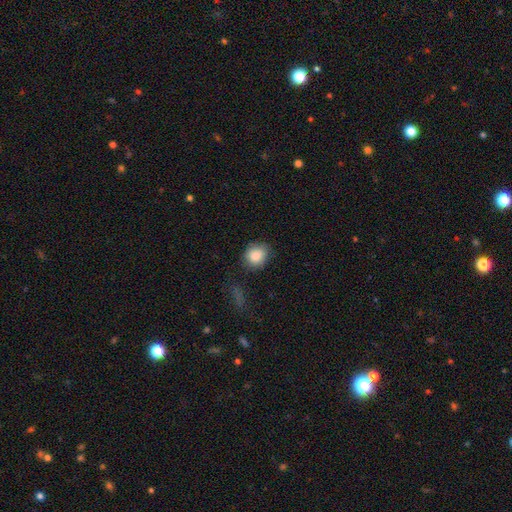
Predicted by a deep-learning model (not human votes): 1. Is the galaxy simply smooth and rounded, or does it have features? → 88% smooth, 7% star or artifact, 5% featured or disk.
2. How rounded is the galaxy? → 75% round, 24% in between, 1% cigar-shaped.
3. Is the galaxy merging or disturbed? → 74% none, 18% minor disturbance, 5% major disturbance, 3% merger.